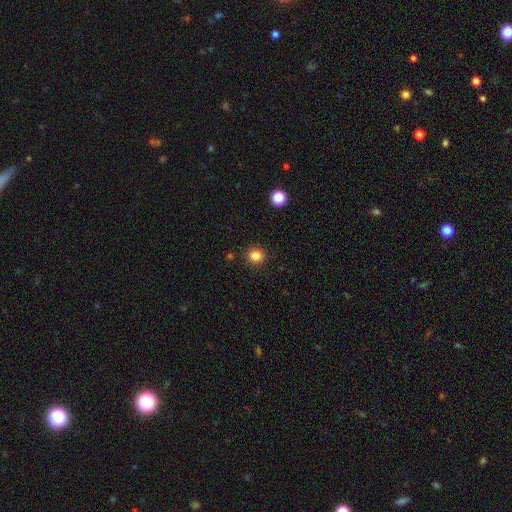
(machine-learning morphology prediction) Overall: smooth (83%). How rounded: round (85%). Merging: none (90%).